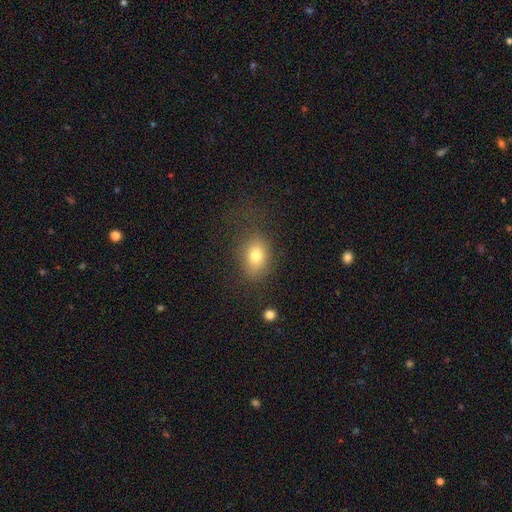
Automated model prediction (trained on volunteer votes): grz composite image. It shows a smooth galaxy with no disk features (77%) that is in between round and cigar-shaped (64%). Merging: none (66%).